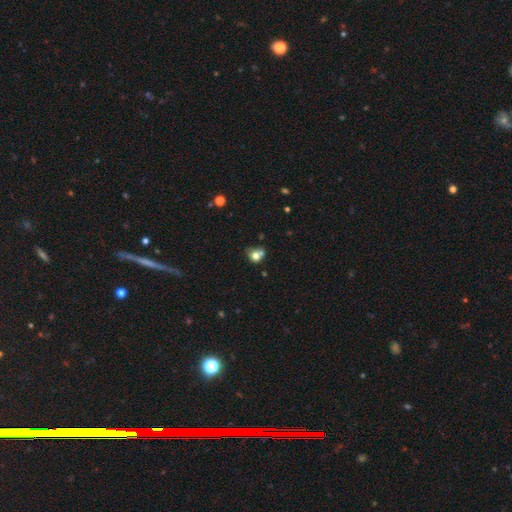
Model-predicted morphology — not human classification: smooth-or-featured: smooth: 74% | featured or disk: 14% | star or artifact: 13%
  how-rounded: round: 76% | in between: 23% | cigar-shaped: 1%
  merging: none: 46% | merger: 34% | minor disturbance: 14% | major disturbance: 6%